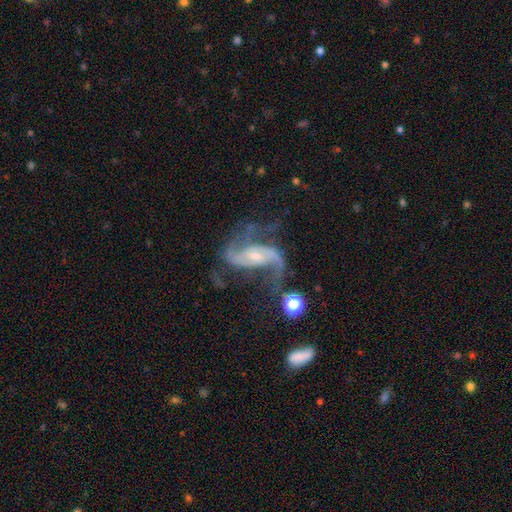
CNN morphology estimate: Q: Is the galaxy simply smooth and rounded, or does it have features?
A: featured or disk — 89%.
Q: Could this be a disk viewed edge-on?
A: no — 97%.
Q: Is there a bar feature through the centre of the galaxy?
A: no — 43%.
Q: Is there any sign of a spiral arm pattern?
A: yes — 97%.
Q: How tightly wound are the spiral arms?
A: loose — 48%.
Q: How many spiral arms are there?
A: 2 — 74%.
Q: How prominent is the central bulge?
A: small — 68%.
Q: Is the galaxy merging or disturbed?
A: none — 51%.